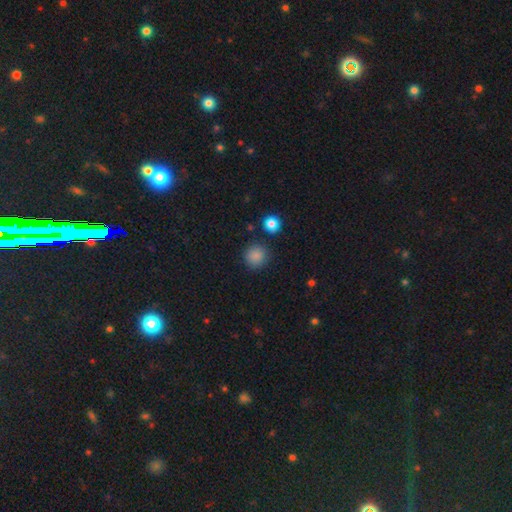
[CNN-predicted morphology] This is clearly a smooth galaxy (84%). How rounded: clearly round (93%). Merging: clearly none (87%).